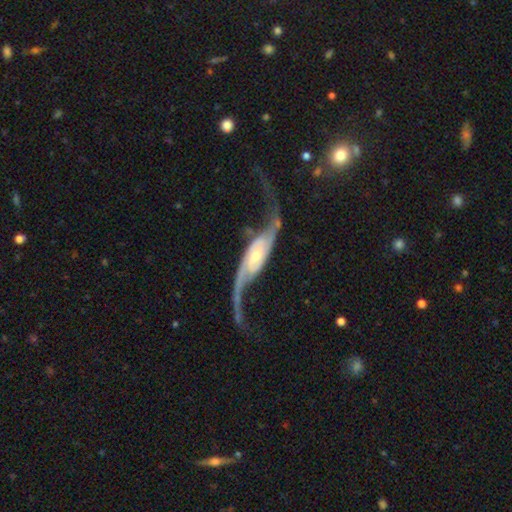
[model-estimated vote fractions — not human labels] A featured or disk galaxy (90%) with no bar (45%), 2 (93%) loose (86%) spiral arms (96%) and a small central bulge (46%).

Vote fractions:
- Smooth or featured? featured or disk: 90% / smooth: 6% / star or artifact: 4%
- Edge-on disk? no: 89% / yes: 11%
- Bar? no: 45% / weak: 35% / strong: 20%
- Spiral arms? yes: 96% / no: 4%
- Spiral winding? loose: 86% / medium: 10% / tight: 4%
- Spiral arm count? 2: 93% / can't tell: 2% / 1: 2% / 3: 1% / 4: 1% / more than 4: 1%
- Bulge size? small: 46% / moderate: 43% / large: 6% / none: 3% / dominant: 2%
- Merging? none: 52% / major disturbance: 27% / minor disturbance: 15% / merger: 6%